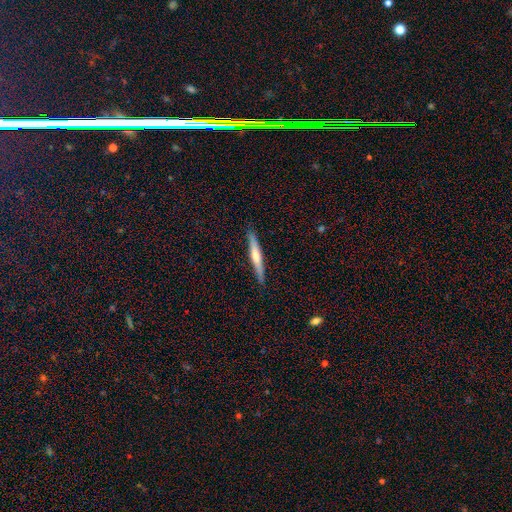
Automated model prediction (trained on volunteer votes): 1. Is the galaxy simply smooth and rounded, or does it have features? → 53% featured or disk, 41% smooth, 5% star or artifact.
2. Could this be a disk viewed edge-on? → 97% yes, 3% no.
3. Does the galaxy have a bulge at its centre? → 67% rounded, 24% none, 9% boxy.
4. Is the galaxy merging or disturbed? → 90% none, 7% minor disturbance, 1% major disturbance, 1% merger.